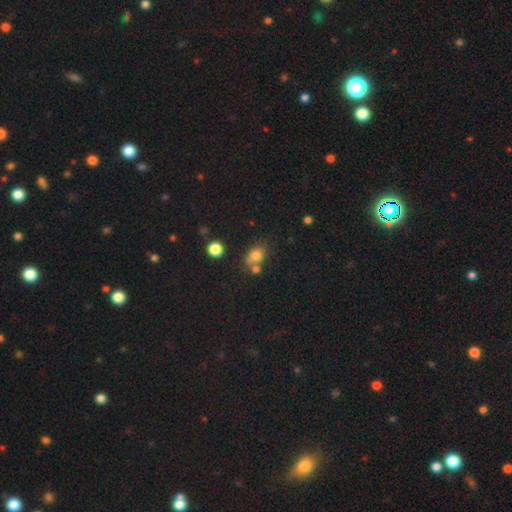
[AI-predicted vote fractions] Smooth or featured: smooth — 76% (star or artifact — 13%)
How rounded: in between — 55% (round — 43%)
Merging: none — 50% (merger — 28%)